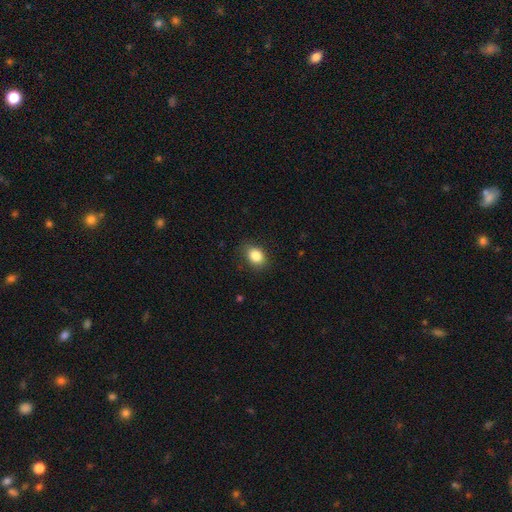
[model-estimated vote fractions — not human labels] Smooth or featured? smooth (85%)
How rounded? in between (62%)
Merging? none (81%)